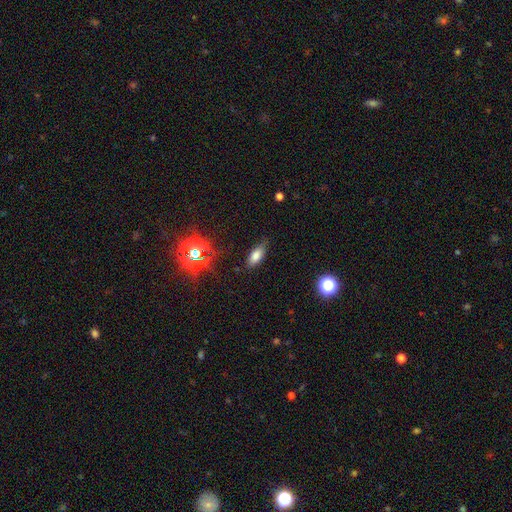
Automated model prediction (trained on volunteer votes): A smooth galaxy with no disk features (73%) that is in between round and cigar-shaped (80%).

Vote fractions:
- Smooth or featured? smooth: 73% / star or artifact: 16% / featured or disk: 11%
- How rounded? in between: 80% / cigar-shaped: 16% / round: 4%
- Merging? none: 76% / minor disturbance: 18% / major disturbance: 4% / merger: 2%